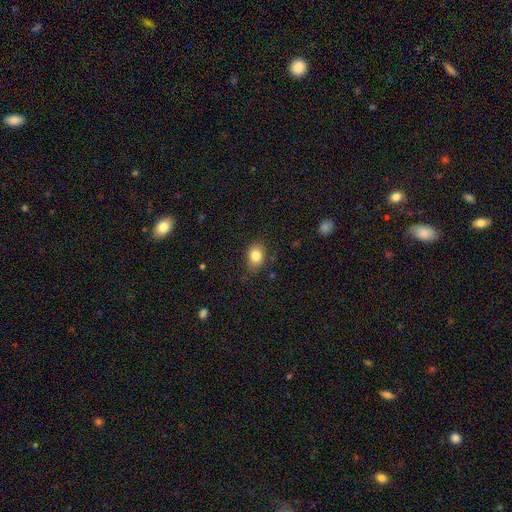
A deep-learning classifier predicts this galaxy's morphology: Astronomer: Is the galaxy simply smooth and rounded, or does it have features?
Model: smooth — 83%.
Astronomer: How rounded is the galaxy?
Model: in between — 62%.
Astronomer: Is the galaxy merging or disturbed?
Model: none — 79%.